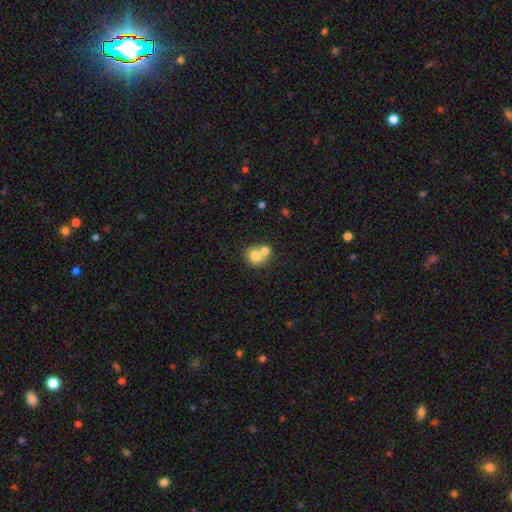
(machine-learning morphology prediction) Smooth or featured? Predicted: smooth (p=0.75). How rounded? Predicted: round (p=0.75). Merging? Predicted: merger (p=0.61).